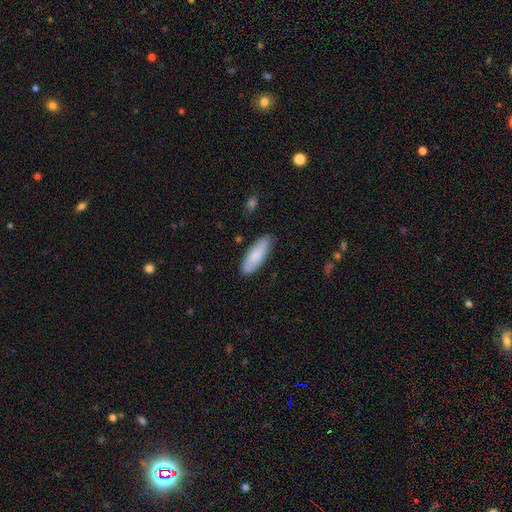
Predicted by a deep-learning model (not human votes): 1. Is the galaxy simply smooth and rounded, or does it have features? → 81% smooth, 13% featured or disk, 6% star or artifact.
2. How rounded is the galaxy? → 57% in between, 41% cigar-shaped, 2% round.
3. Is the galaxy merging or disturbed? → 84% none, 13% minor disturbance, 2% major disturbance, 1% merger.